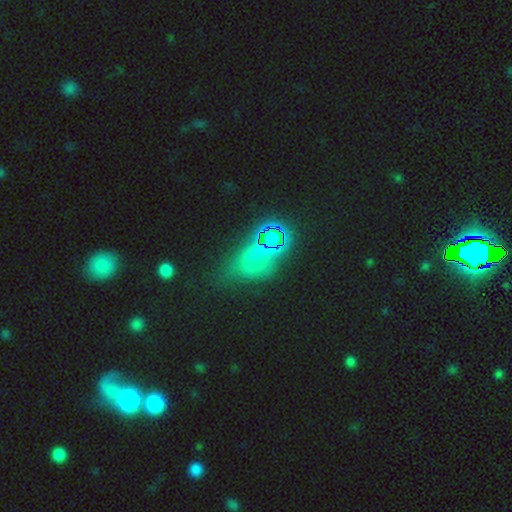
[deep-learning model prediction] A star or artifact, not a galaxy (46%).

Vote fractions:
- Smooth or featured? star or artifact: 46% / smooth: 40% / featured or disk: 13%